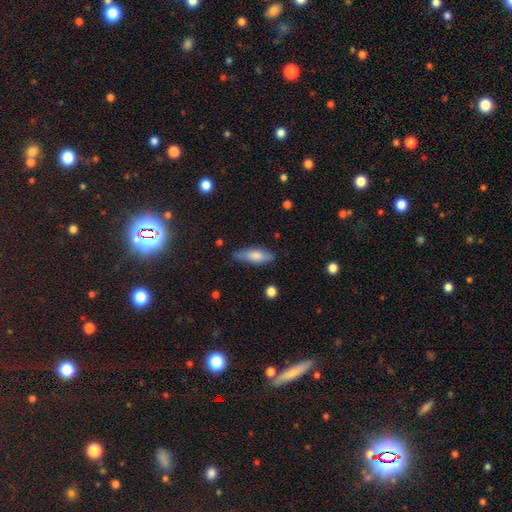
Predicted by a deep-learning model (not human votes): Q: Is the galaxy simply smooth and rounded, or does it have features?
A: smooth — 75%.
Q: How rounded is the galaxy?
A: in between — 62%.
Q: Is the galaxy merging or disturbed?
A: none — 72%.